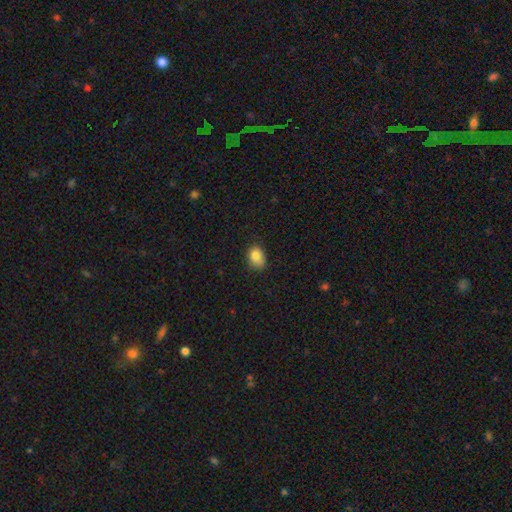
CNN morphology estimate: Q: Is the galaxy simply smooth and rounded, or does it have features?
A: smooth — 84%.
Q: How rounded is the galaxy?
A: in between — 70%.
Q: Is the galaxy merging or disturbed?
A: none — 69%.